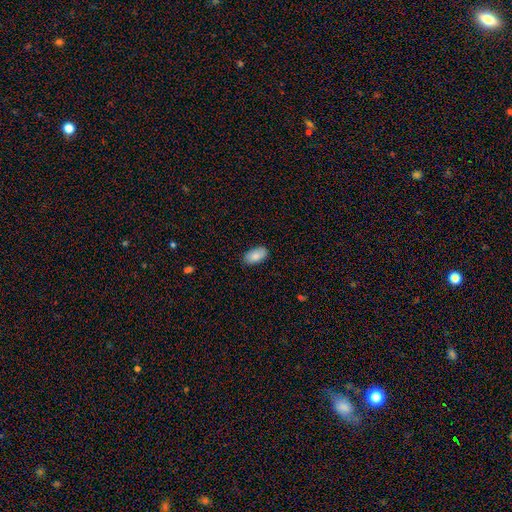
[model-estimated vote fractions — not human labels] This appears to be a smooth galaxy with no disk features (85%) that is in between round and cigar-shaped (94%). Merging: none (85%).